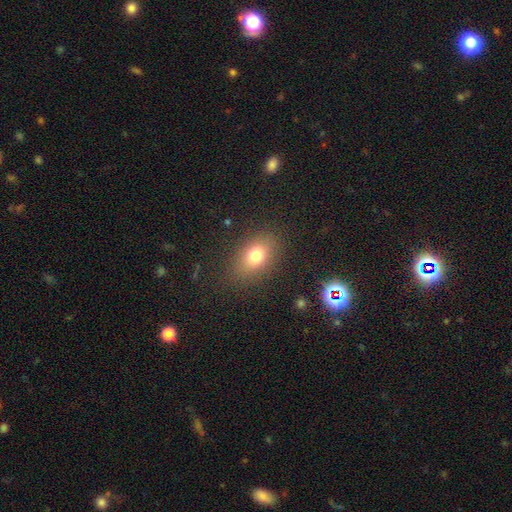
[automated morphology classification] smooth-or-featured: smooth: 75% | star or artifact: 12% | featured or disk: 12%
  how-rounded: in between: 77% | round: 21% | cigar-shaped: 2%
  merging: none: 84% | minor disturbance: 11% | major disturbance: 5% | merger: 1%